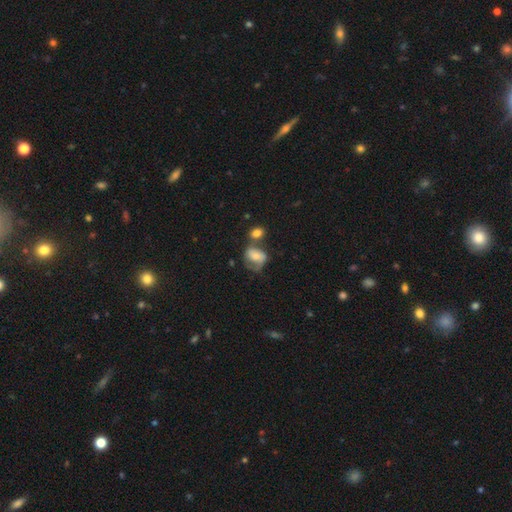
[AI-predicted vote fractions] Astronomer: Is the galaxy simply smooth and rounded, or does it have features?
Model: smooth — 52% (runner-up: featured or disk, 39%).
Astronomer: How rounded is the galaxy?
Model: in between — 62%.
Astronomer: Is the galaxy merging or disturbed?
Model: none — 33% (runner-up: merger, 30%).